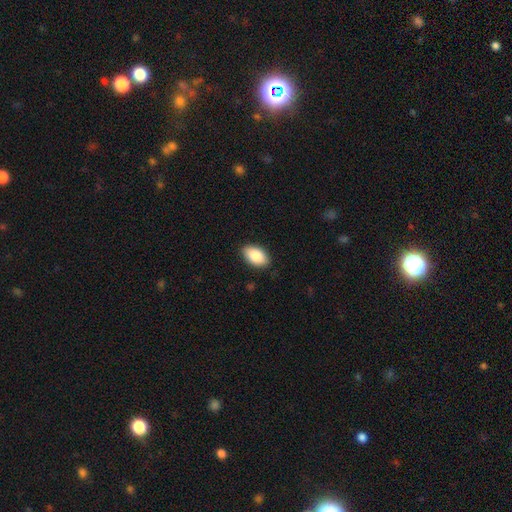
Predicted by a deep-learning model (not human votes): Smooth or featured? smooth (87%)
How rounded? in between (94%)
Merging? none (88%)